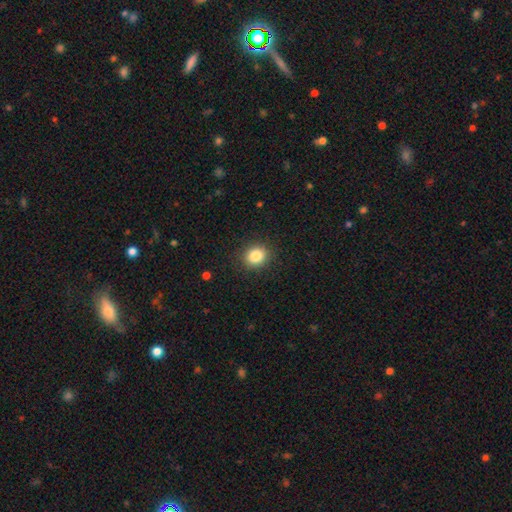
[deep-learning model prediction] Smooth or featured: smooth — 84% (star or artifact — 10%)
How rounded: round — 75% (in between — 24%)
Merging: none — 90% (minor disturbance — 7%)